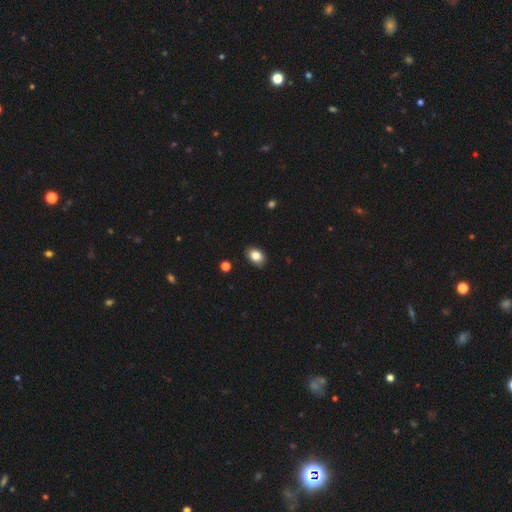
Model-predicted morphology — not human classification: type=smooth (84%); roundness=in between (81%); merging=none (85%).